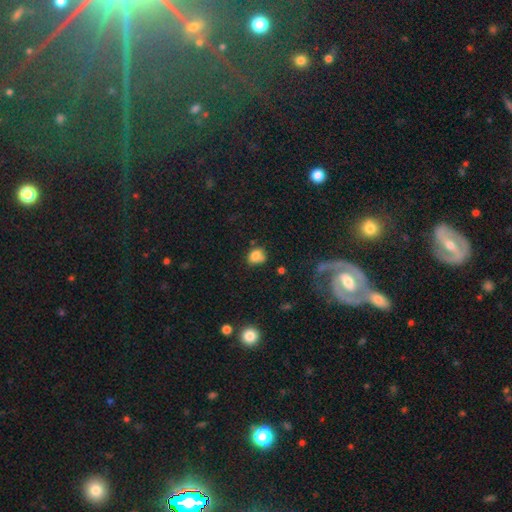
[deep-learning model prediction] smooth_or_featured: smooth (p=0.79) [alt: star or artifact p=0.12]
how_rounded: round (p=0.53) [alt: in between p=0.46]
merging: none (p=0.55) [alt: minor disturbance p=0.26]